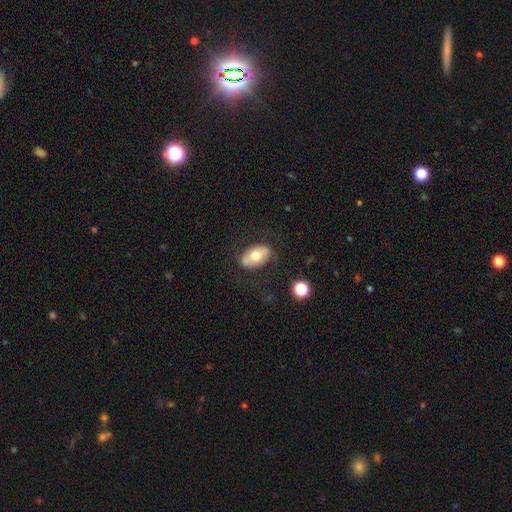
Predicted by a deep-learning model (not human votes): Smooth or featured: smooth — 55% (featured or disk — 38%)
How rounded: in between — 88% (round — 10%)
Merging: none — 73% (minor disturbance — 16%)